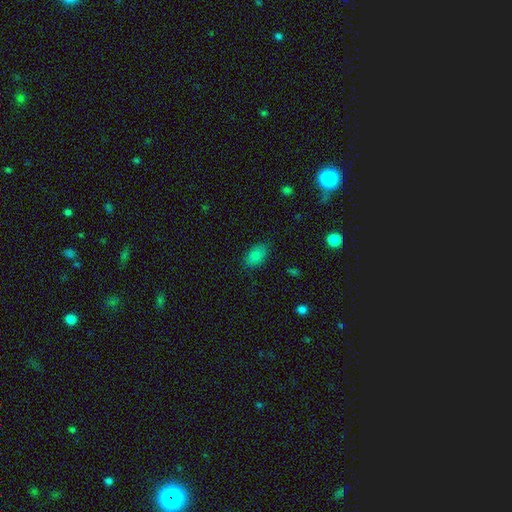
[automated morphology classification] smooth_or_featured: smooth (p=0.84) [alt: star or artifact p=0.10]
how_rounded: in between (p=0.91) [alt: round p=0.06]
merging: none (p=0.78) [alt: minor disturbance p=0.17]